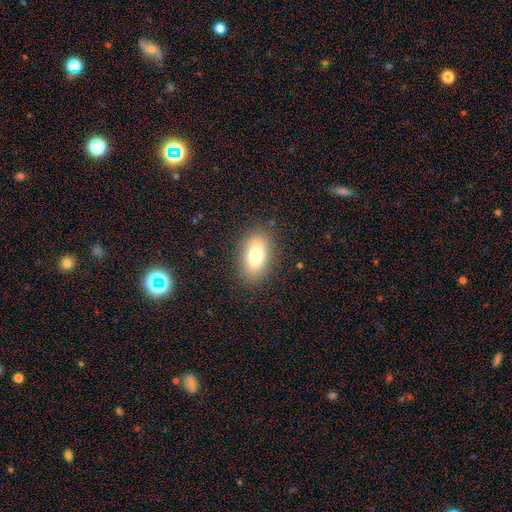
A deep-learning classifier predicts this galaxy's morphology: Smooth or featured: smooth — 79% (featured or disk — 13%)
How rounded: in between — 90% (round — 7%)
Merging: none — 85% (minor disturbance — 11%)